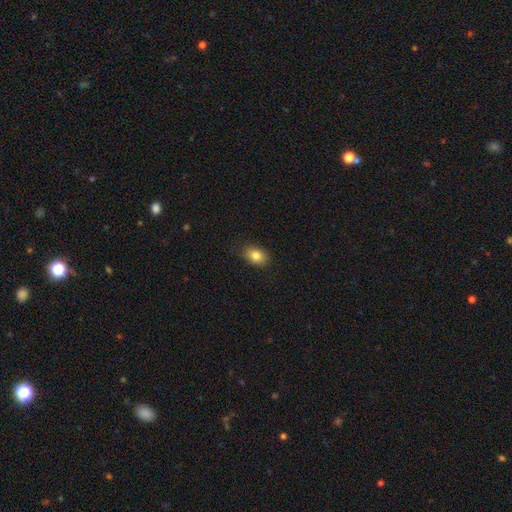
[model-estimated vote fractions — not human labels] Q: Smooth or featured?
A: smooth (83%); runner-up: star or artifact (9%)
Q: How rounded?
A: in between (78%); runner-up: round (21%)
Q: Merging?
A: none (85%); runner-up: minor disturbance (12%)